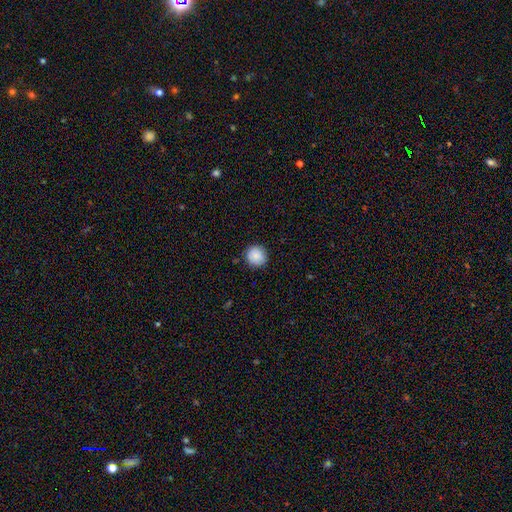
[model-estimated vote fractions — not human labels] Smooth or featured? smooth (87%)
How rounded? round (92%)
Merging? none (89%)